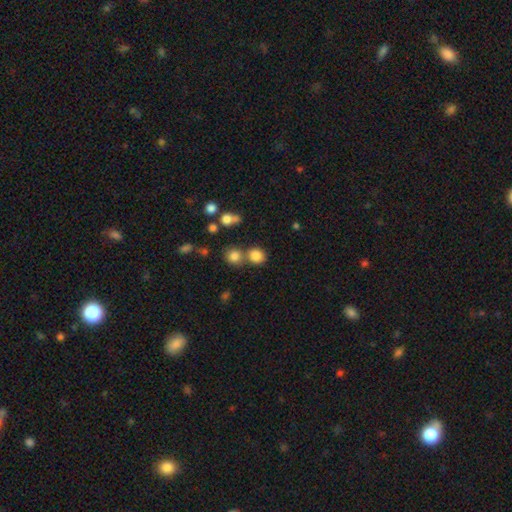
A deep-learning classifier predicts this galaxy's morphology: Overall: smooth (82%). How rounded: round (76%). Merging: none (59%; merger 28%).